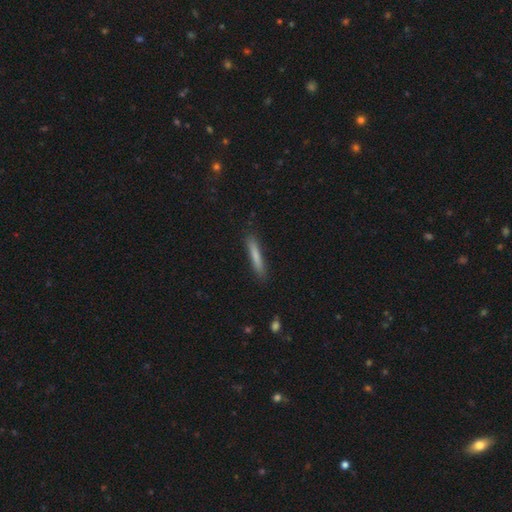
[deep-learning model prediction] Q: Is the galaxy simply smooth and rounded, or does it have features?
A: smooth — 75%.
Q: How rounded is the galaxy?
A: cigar-shaped — 94%.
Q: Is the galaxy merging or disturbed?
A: none — 88%.